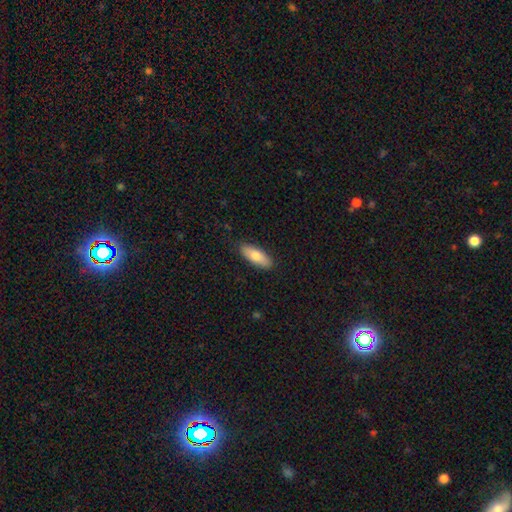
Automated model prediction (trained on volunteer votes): Q: Smooth or featured?
A: smooth (77%); runner-up: featured or disk (18%)
Q: How rounded?
A: in between (71%); runner-up: cigar-shaped (27%)
Q: Merging?
A: none (87%); runner-up: minor disturbance (10%)